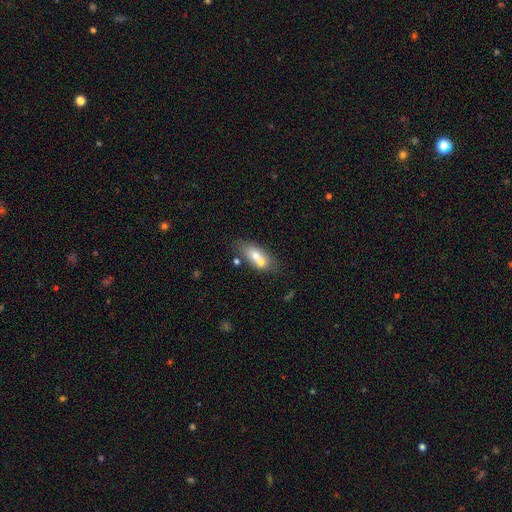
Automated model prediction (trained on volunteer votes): Smooth or featured? Predicted: smooth (p=0.63). How rounded? Predicted: in between (p=0.78). Merging? Predicted: merger (p=0.43).